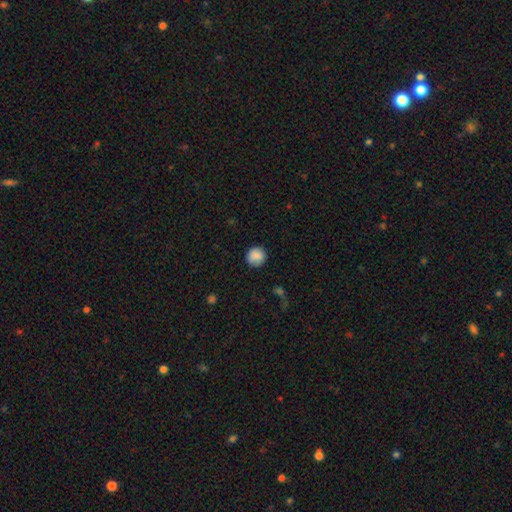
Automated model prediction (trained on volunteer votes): Smooth or featured: smooth — 86% (star or artifact — 8%)
How rounded: round — 92% (in between — 7%)
Merging: none — 85% (minor disturbance — 11%)